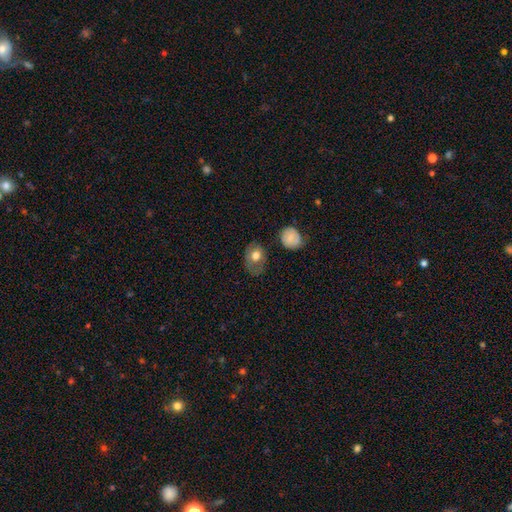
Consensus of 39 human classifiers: Smooth or featured?
  - smooth: 77% *
  - featured or disk: 13%
  - star or artifact: 10%
How rounded?
  - in between: 63% *
  - round: 37%
  - cigar-shaped: 0%
Merging?
  - none: 51% *
  - minor disturbance: 31%
  - major disturbance: 17%
  - merger: 0%